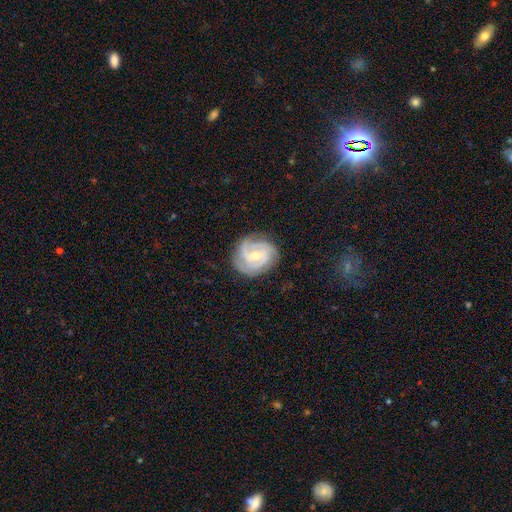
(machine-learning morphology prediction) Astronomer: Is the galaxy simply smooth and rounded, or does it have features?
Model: featured or disk — 89%.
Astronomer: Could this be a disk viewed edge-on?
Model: no — 98%.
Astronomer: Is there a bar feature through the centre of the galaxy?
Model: no — 47% (runner-up: weak, 42%).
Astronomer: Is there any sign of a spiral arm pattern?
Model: yes — 98%.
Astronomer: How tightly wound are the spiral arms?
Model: tight — 66%.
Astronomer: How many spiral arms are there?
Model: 3 — 55%.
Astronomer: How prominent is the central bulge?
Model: moderate — 52% (runner-up: small, 45%).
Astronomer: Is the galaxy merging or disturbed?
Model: none — 79%.